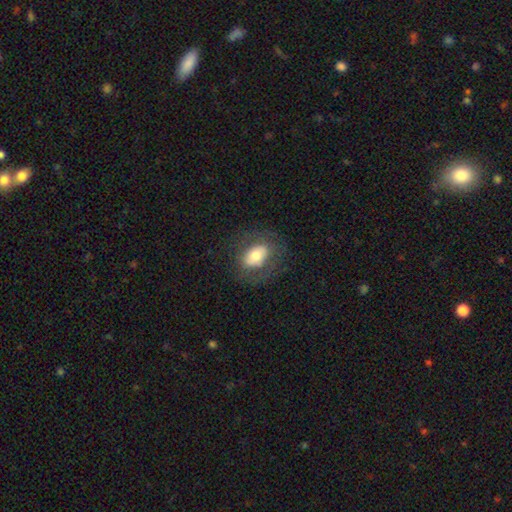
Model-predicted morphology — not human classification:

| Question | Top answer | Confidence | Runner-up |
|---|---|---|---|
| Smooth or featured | smooth | 61% | featured or disk (30%) |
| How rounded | in between | 77% | round (21%) |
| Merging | none | 71% | minor disturbance (16%) |